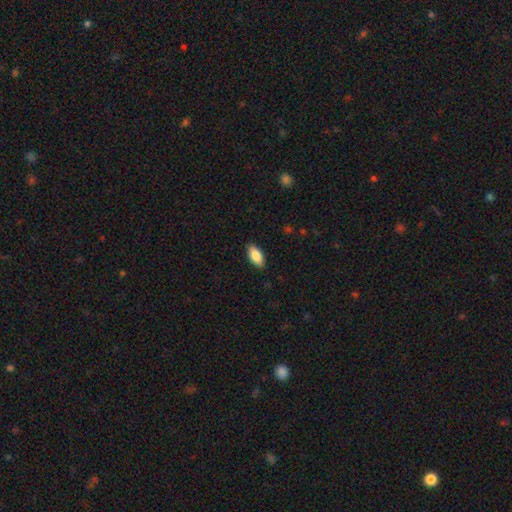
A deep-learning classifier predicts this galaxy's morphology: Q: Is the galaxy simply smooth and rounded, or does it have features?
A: smooth — 84%.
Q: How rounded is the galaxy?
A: in between — 88%.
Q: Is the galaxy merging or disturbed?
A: none — 88%.